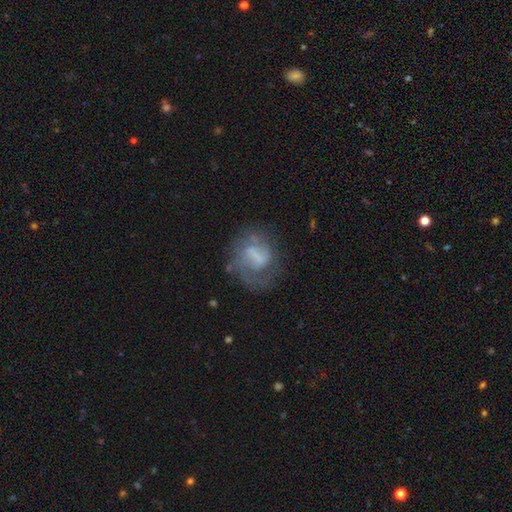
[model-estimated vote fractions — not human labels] This is likely a featured or disk galaxy (64%). It is clearly not viewed edge-on (97%). Bar: possibly weak (46%). Spiral arm pattern: likely yes (70%). Central bulge: possibly none (47%). Merging: possibly none (50%).